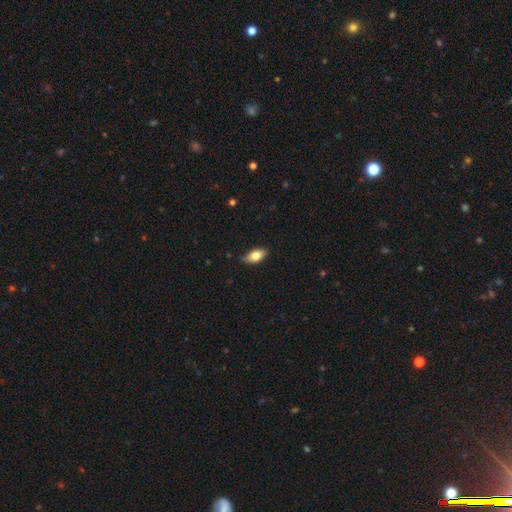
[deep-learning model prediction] smooth_or_featured: smooth (p=0.76) [alt: featured or disk p=0.17]
how_rounded: in between (p=0.87) [alt: cigar-shaped p=0.09]
merging: none (p=0.81) [alt: minor disturbance p=0.15]